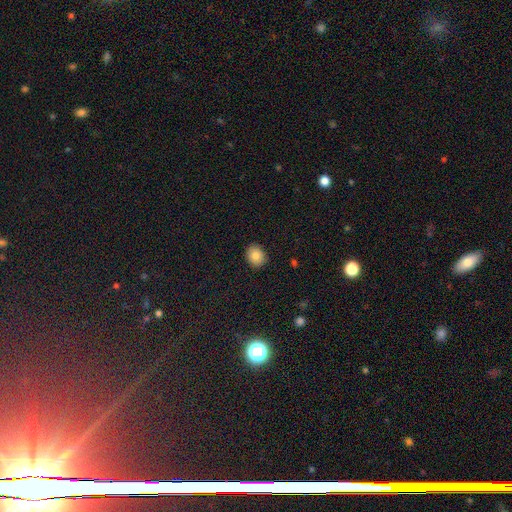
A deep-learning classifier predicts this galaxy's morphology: smooth_or_featured: smooth (p=0.84) [alt: star or artifact p=0.09]
how_rounded: round (p=0.60) [alt: in between p=0.39]
merging: none (p=0.89) [alt: minor disturbance p=0.08]